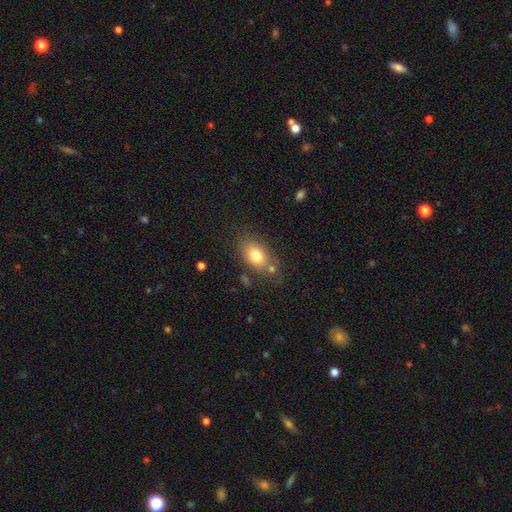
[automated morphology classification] smooth_or_featured: smooth (p=0.77) [alt: featured or disk p=0.14]
how_rounded: in between (p=0.82) [alt: round p=0.15]
merging: none (p=0.68) [alt: minor disturbance p=0.16]